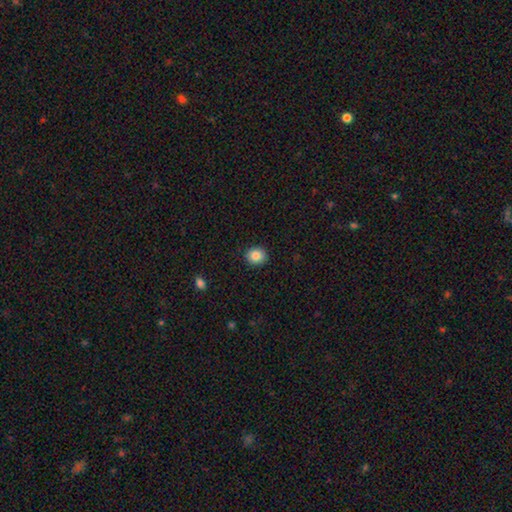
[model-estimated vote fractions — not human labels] Smooth or featured? Predicted: smooth (p=0.85). How rounded? Predicted: round (p=0.84). Merging? Predicted: none (p=0.91).